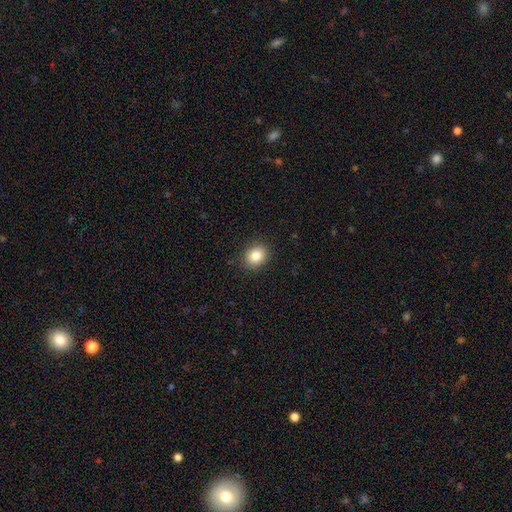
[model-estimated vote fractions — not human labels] Smooth or featured? smooth (84%)
How rounded? round (59%)
Merging? none (89%)